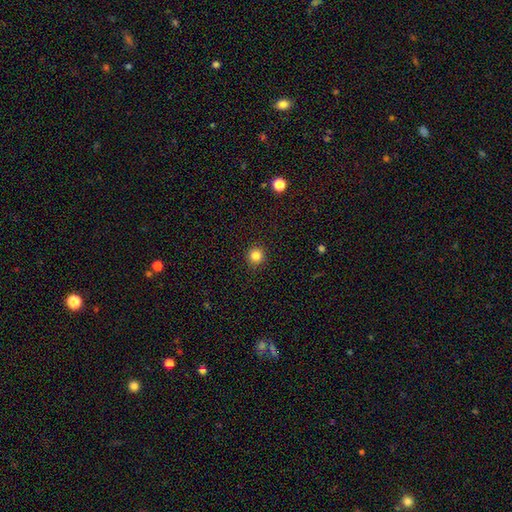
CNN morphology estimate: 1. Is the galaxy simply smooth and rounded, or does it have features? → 83% smooth, 12% star or artifact, 4% featured or disk.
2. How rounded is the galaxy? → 95% round, 4% in between, 1% cigar-shaped.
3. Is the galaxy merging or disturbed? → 92% none, 5% minor disturbance, 2% major disturbance, 1% merger.